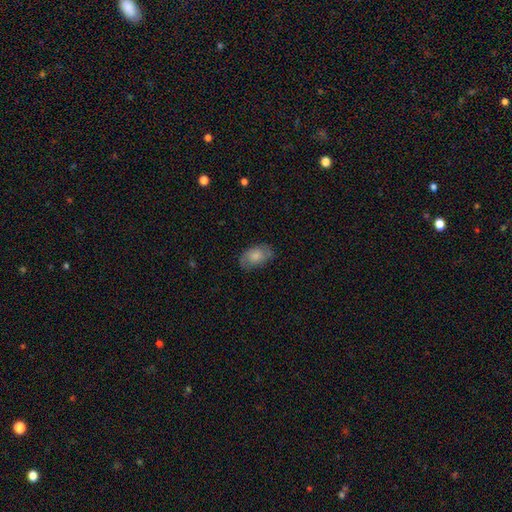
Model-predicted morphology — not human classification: A smooth galaxy with no disk features (66%) that is in between round and cigar-shaped (89%). Merging: none (72%).